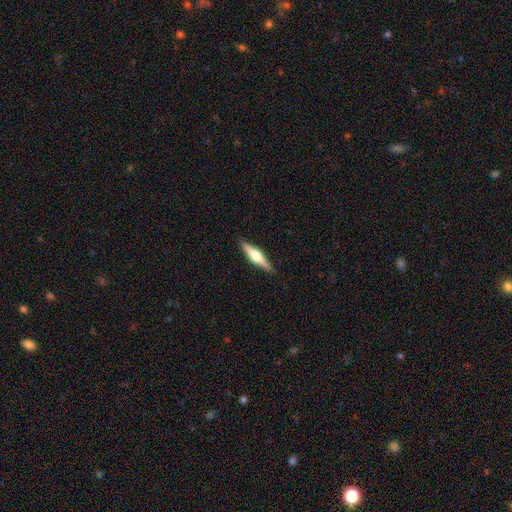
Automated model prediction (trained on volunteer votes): featured or disk 61%, smooth 34%, star or artifact 5%. Down the decision tree: edge-on disk — yes (97%); edge-on bulge — rounded (92%); merging — none (89%).